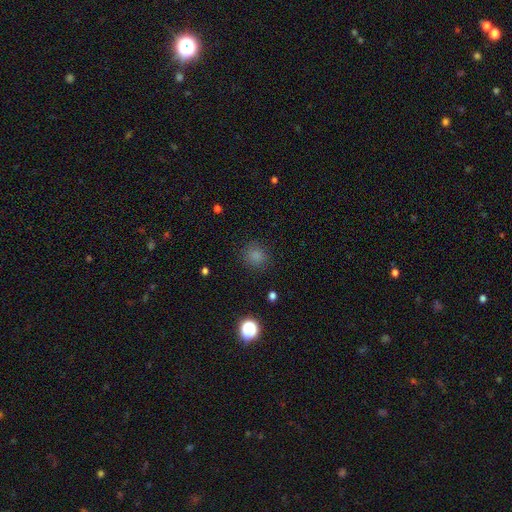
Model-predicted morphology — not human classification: Smooth or featured? smooth (81%)
How rounded? round (85%)
Merging? none (86%)